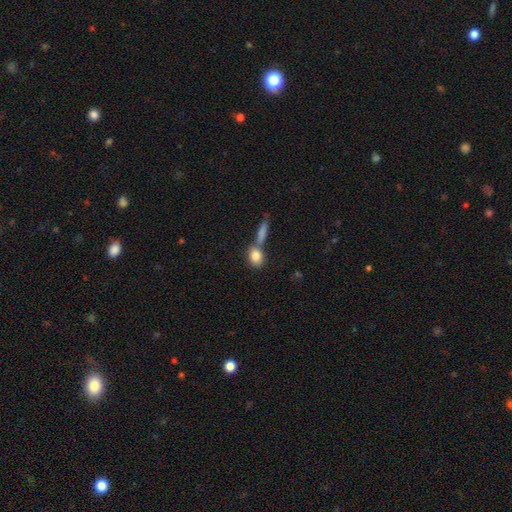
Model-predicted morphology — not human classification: Q: Smooth or featured?
A: smooth (83%); runner-up: featured or disk (10%)
Q: How rounded?
A: in between (59%); runner-up: round (35%)
Q: Merging?
A: none (48%); runner-up: merger (38%)